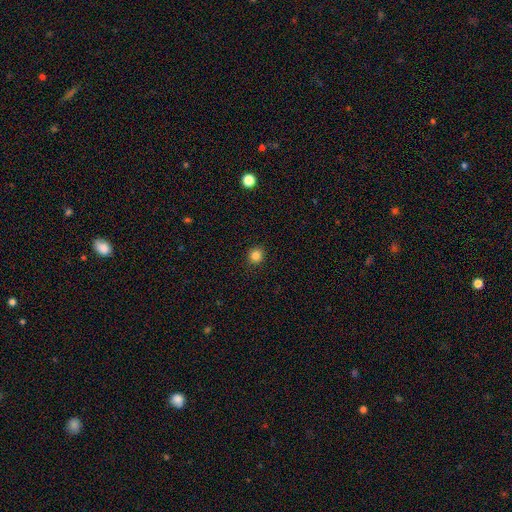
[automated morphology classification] smooth 84%, star or artifact 12%, featured or disk 4%. Down the decision tree: how rounded — round (89%); merging — none (91%).